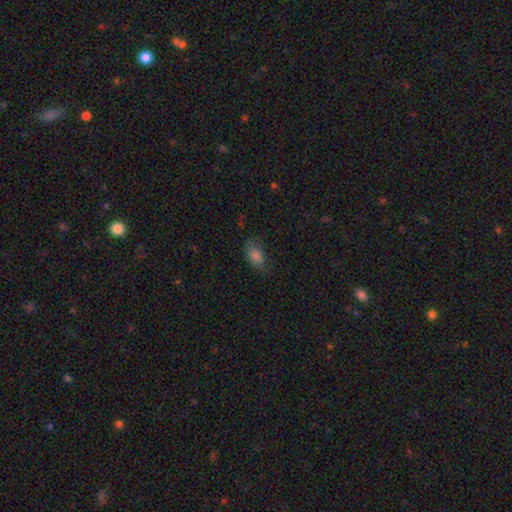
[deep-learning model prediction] Overall: smooth (78%). How rounded: in between (87%). Merging: none (66%).